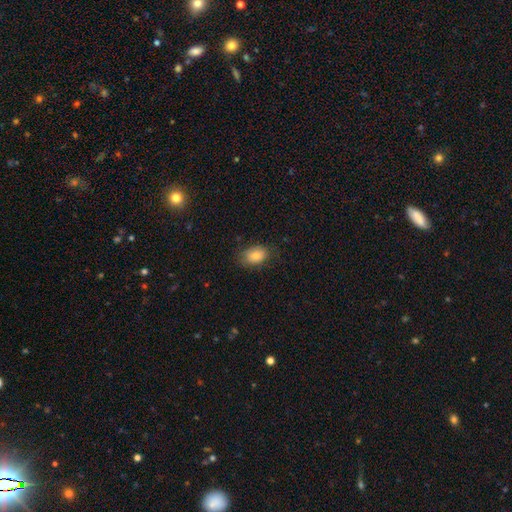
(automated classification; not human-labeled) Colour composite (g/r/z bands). It shows a smooth galaxy with no disk features (83%) that is in between round and cigar-shaped (77%). Merging: none (75%).